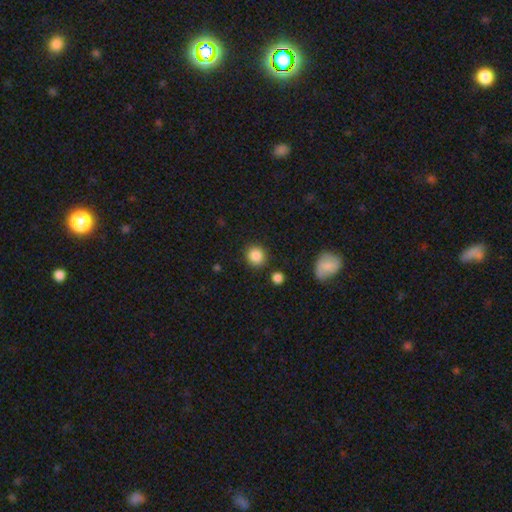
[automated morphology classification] Overall: smooth (87%). How rounded: round (87%). Merging: none (86%).